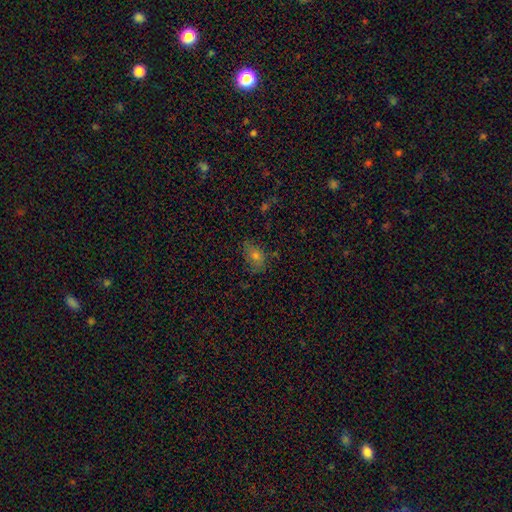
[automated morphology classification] Smooth or featured: smooth — 63% (star or artifact — 20%)
How rounded: in between — 75% (round — 21%)
Merging: none — 68% (minor disturbance — 23%)